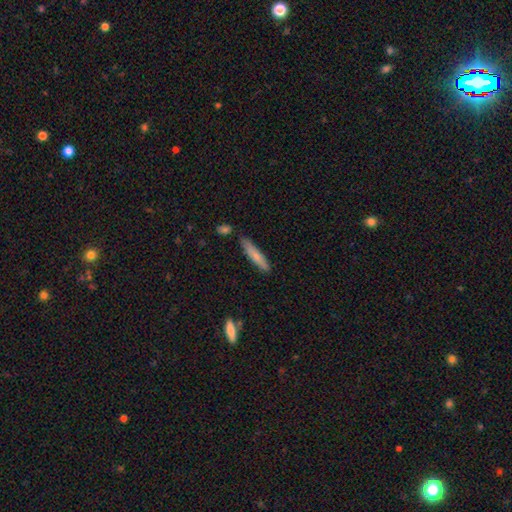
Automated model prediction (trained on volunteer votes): smooth_or_featured: smooth (p=0.72) [alt: featured or disk p=0.22]
how_rounded: cigar-shaped (p=0.88) [alt: in between p=0.11]
merging: none (p=0.81) [alt: minor disturbance p=0.13]